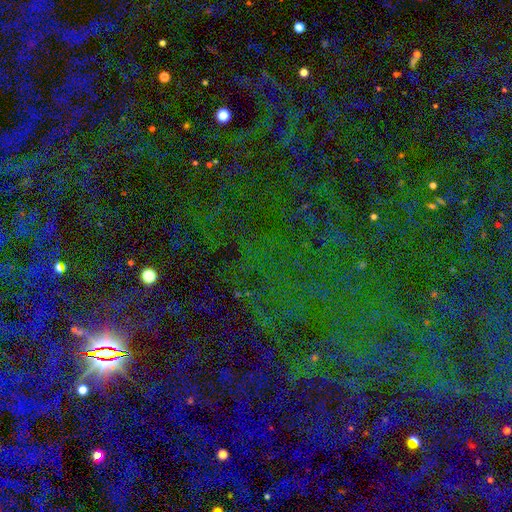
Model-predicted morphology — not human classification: Smooth or featured? star or artifact (81%)